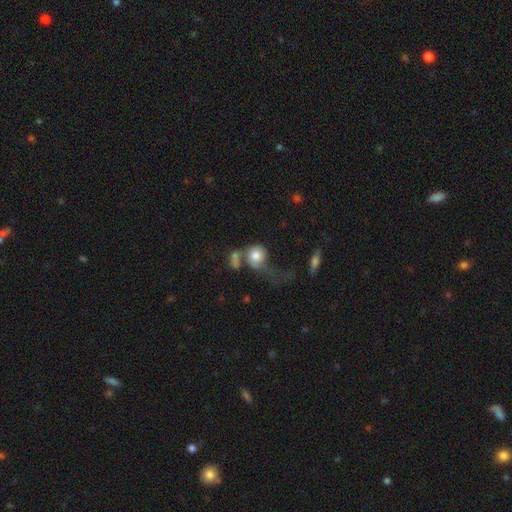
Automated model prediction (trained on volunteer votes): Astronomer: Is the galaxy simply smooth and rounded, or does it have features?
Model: smooth — 69%.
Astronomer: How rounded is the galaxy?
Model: round — 76%.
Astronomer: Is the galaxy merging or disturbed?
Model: merger — 36%, tied with major disturbance at 36%.